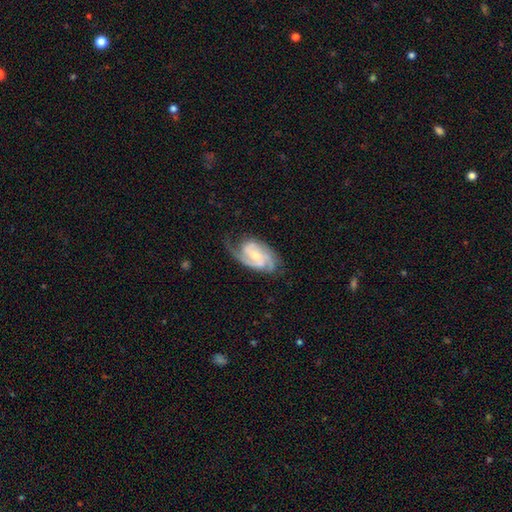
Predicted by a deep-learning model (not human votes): Overall: featured or disk (87%). Edge-on disk: no (97%). Bar: weak (47%; no 38%). Spiral arms: yes (97%). Spiral arm count: 2 (39%; 3 34%). Spiral winding: medium (44%, tied with tight). Bulge size: moderate (46%; small 43%). Merging: none (65%).